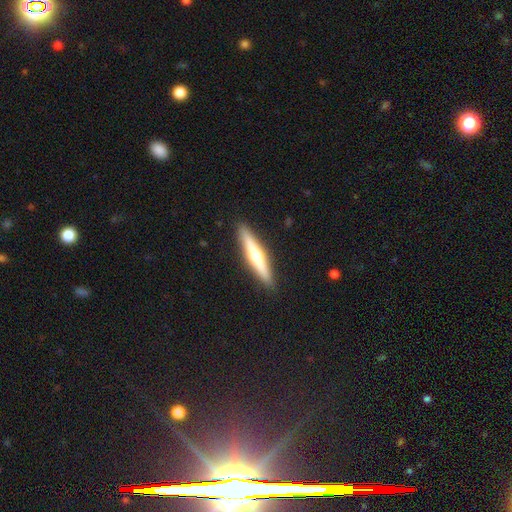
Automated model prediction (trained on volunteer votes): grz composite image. It shows a featured or disk galaxy (57%) viewed edge-on (96%) with a rounded central bulge (88%). Merging: none (91%).